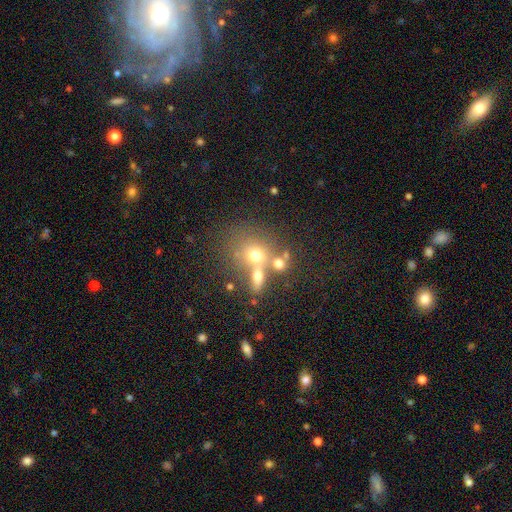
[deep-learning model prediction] Smooth or featured: smooth — 62% (featured or disk — 21%)
How rounded: round — 73% (in between — 26%)
Merging: merger — 43% (none — 41%)